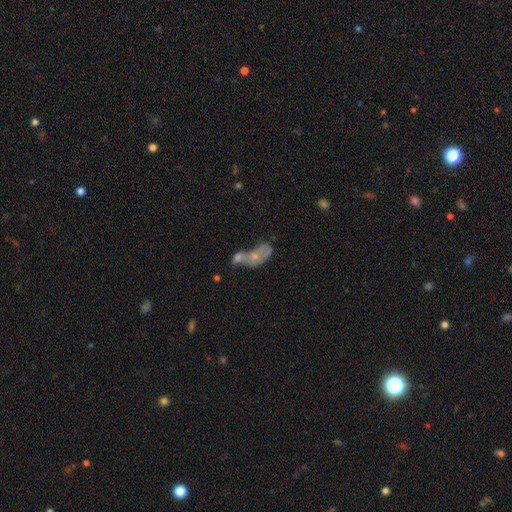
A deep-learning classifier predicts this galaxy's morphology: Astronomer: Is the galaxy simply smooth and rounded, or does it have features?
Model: featured or disk — 45% (runner-up: smooth, 41%).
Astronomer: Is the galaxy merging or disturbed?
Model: merger — 61%.